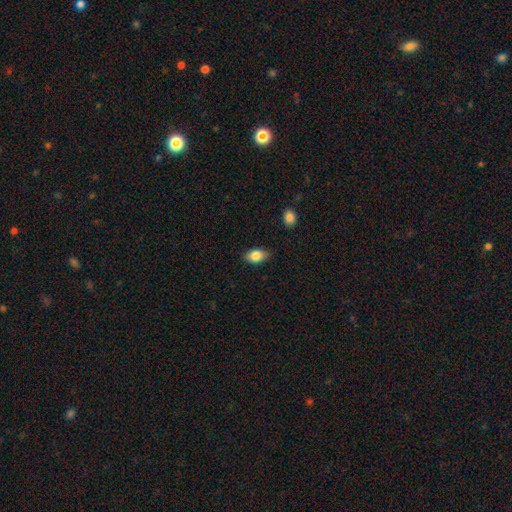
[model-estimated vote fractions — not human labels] smooth-or-featured: smooth: 85% | featured or disk: 8% | star or artifact: 8%
  how-rounded: in between: 88% | round: 9% | cigar-shaped: 2%
  merging: none: 84% | minor disturbance: 12% | major disturbance: 2% | merger: 1%